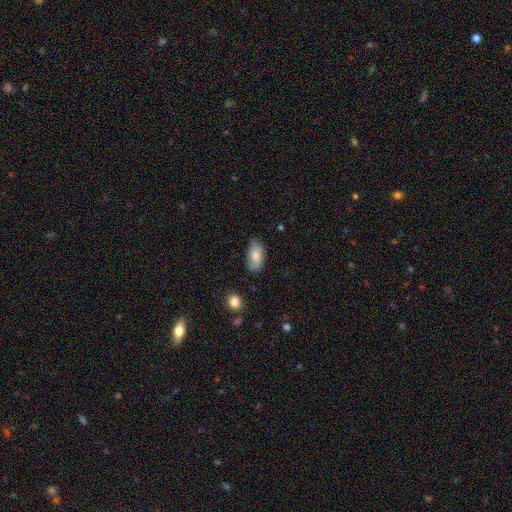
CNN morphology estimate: smooth-or-featured: smooth: 79% | featured or disk: 14% | star or artifact: 7%
  how-rounded: in between: 93% | round: 4% | cigar-shaped: 3%
  merging: none: 69% | minor disturbance: 25% | major disturbance: 5% | merger: 2%